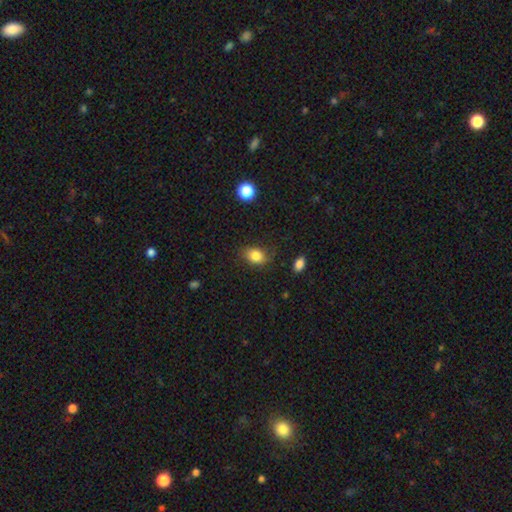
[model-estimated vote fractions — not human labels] smooth_or_featured: smooth (p=0.84) [alt: star or artifact p=0.10]
how_rounded: in between (p=0.70) [alt: round p=0.29]
merging: none (p=0.78) [alt: minor disturbance p=0.16]